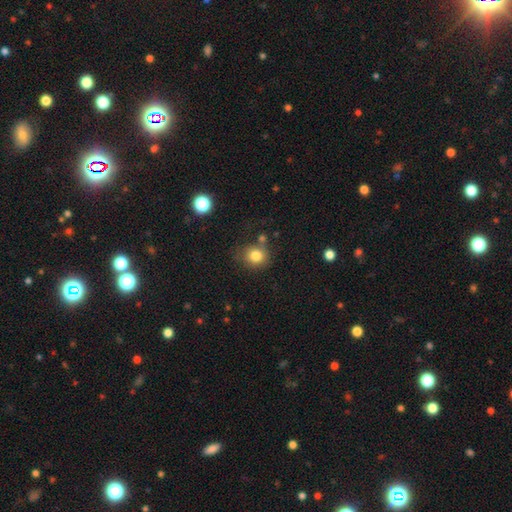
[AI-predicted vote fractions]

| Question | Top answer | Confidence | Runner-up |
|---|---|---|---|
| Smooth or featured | smooth | 82% | star or artifact (11%) |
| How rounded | round | 83% | in between (16%) |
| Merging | none | 70% | minor disturbance (15%) |